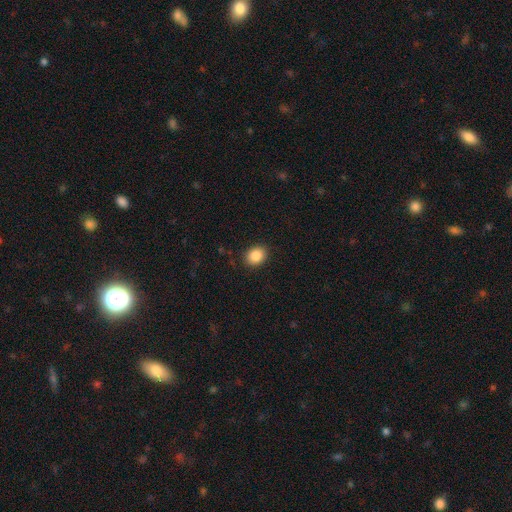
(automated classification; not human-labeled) This appears to be a smooth galaxy with no disk features (87%) that is in between round and cigar-shaped (54%). Merging: none (89%).